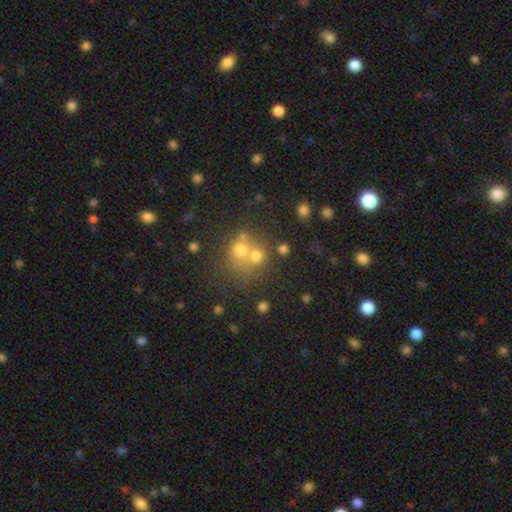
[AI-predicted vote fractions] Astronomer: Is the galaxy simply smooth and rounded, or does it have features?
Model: smooth — 63%.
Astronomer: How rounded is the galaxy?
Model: round — 79%.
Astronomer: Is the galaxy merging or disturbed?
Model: merger — 44% (runner-up: none, 42%).